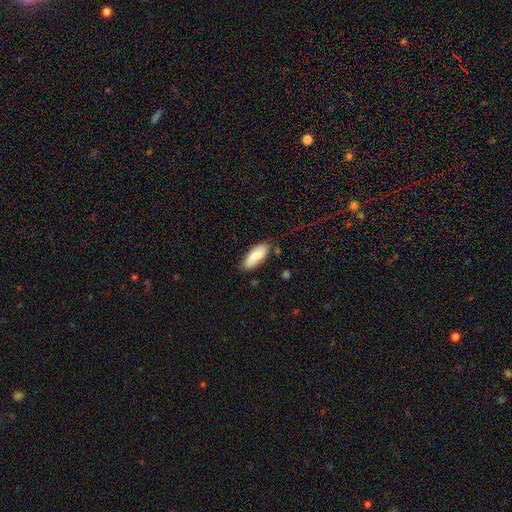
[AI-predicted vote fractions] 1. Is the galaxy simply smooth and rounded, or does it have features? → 75% smooth, 20% featured or disk, 6% star or artifact.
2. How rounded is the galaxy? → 79% in between, 19% cigar-shaped, 2% round.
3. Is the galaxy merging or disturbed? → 81% none, 14% minor disturbance, 2% major disturbance, 2% merger.